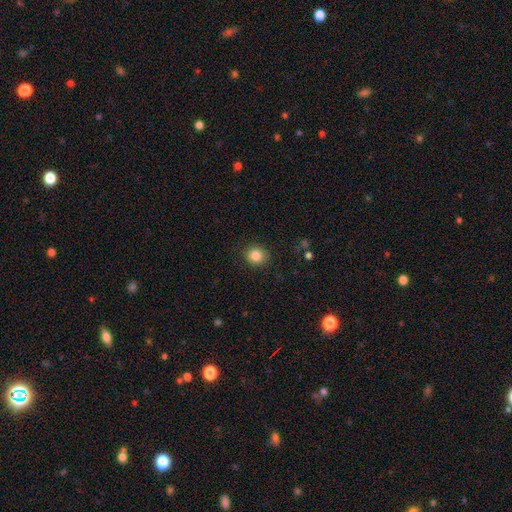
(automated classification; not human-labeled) This is clearly a smooth galaxy (84%). How rounded: clearly round (82%). Merging: clearly none (89%).